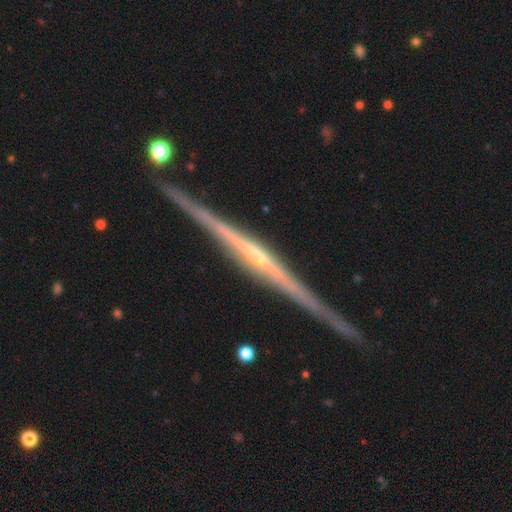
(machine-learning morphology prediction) Q: Smooth or featured?
A: featured or disk (88%); runner-up: smooth (6%)
Q: Edge-on disk?
A: yes (98%); runner-up: no (2%)
Q: Edge-on bulge?
A: rounded (46%); runner-up: none (39%)
Q: Merging?
A: none (89%); runner-up: minor disturbance (8%)